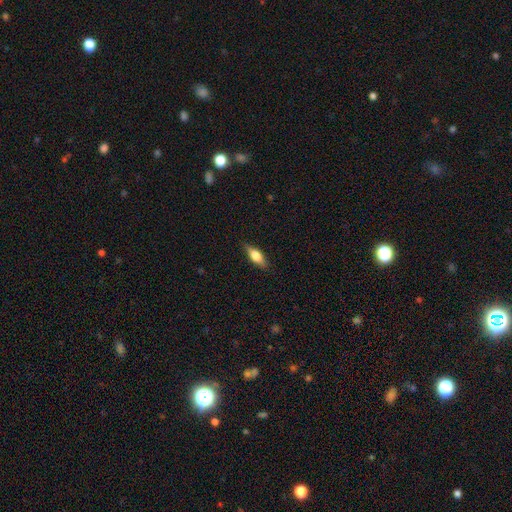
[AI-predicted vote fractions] Smooth or featured? Predicted: smooth (p=0.63). How rounded? Predicted: in between (p=0.62). Merging? Predicted: none (p=0.85).